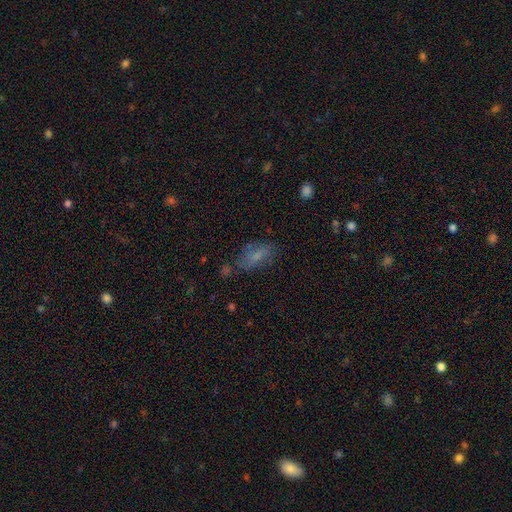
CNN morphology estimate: This appears to be a smooth galaxy with no disk features (63%) that is in between round and cigar-shaped (82%). Merging: none (64%).